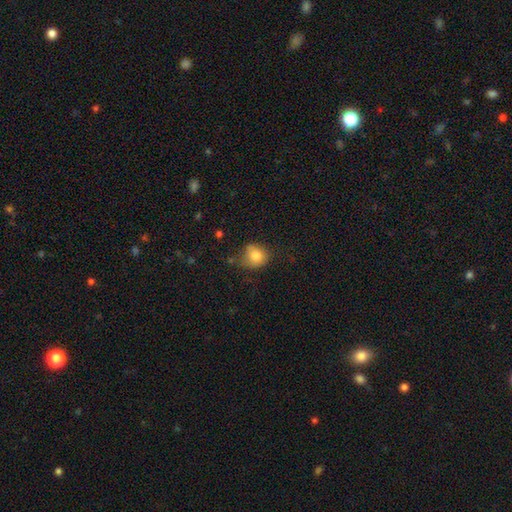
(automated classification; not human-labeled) This is clearly a smooth galaxy (80%). How rounded: likely round (73%). Merging: possibly none (58%).